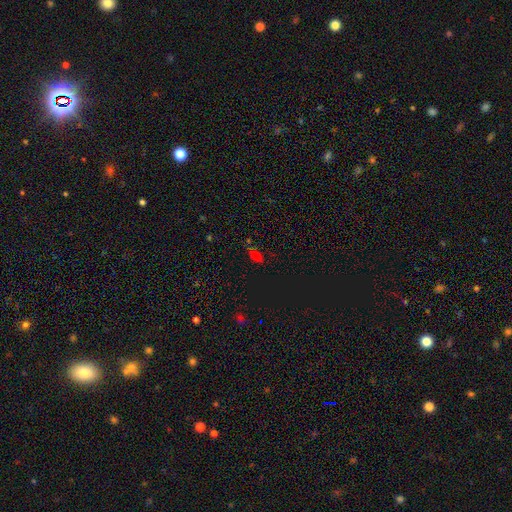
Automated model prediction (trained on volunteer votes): Q: Smooth or featured?
A: smooth (57%); runner-up: star or artifact (34%)
Q: How rounded?
A: in between (83%); runner-up: cigar-shaped (9%)
Q: Merging?
A: none (60%); runner-up: minor disturbance (19%)